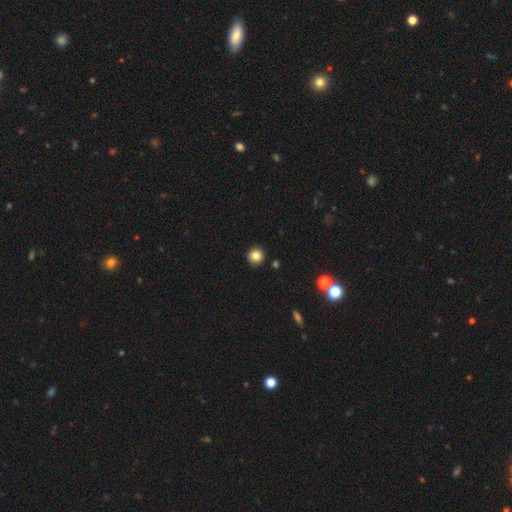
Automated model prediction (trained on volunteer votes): Smooth or featured? smooth (83%)
How rounded? round (95%)
Merging? none (92%)